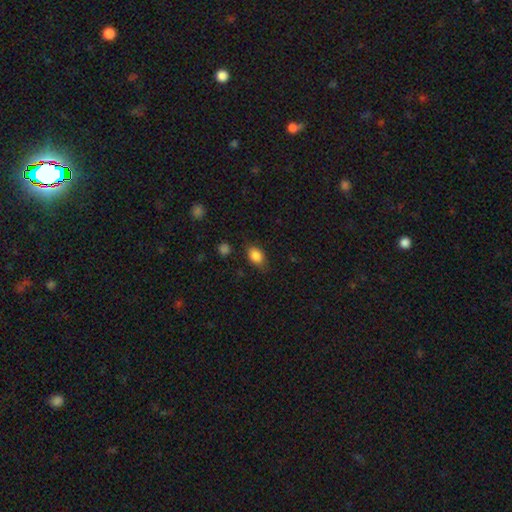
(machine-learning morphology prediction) Smooth or featured? smooth (86%)
How rounded? in between (80%)
Merging? none (78%)